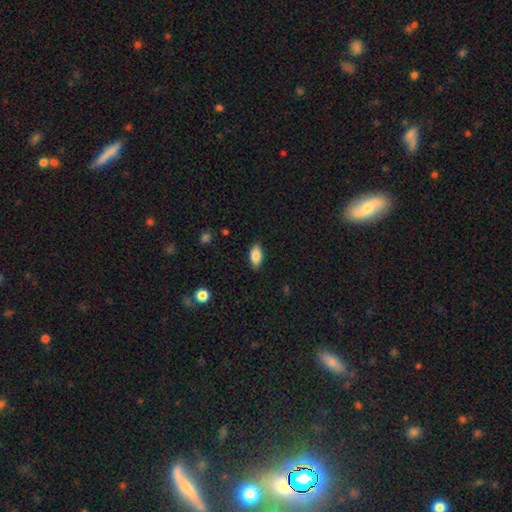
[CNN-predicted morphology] type=smooth (84%); roundness=in between (90%); merging=none (86%).